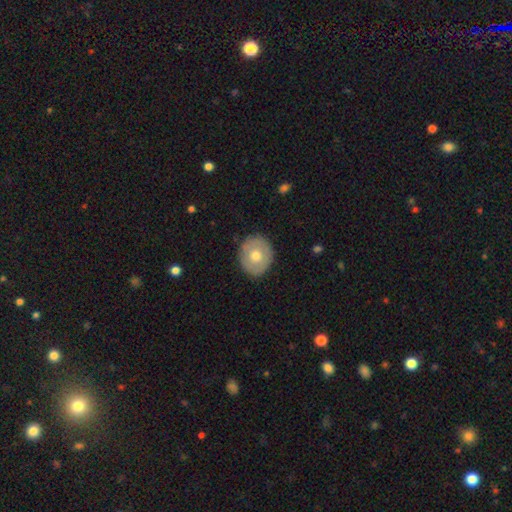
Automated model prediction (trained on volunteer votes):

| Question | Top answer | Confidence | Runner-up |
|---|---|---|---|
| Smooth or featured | smooth | 62% | featured or disk (32%) |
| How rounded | round | 74% | in between (25%) |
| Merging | none | 89% | minor disturbance (8%) |